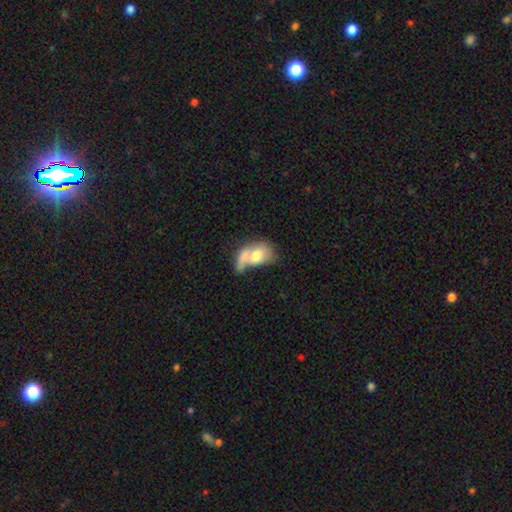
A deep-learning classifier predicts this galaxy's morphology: Smooth or featured? smooth (66%)
How rounded? in between (79%)
Merging? merger (59%)